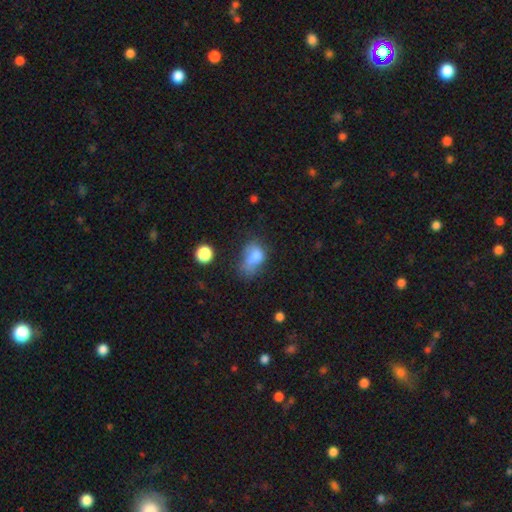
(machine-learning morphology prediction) Smooth or featured? Predicted: smooth (p=0.71). How rounded? Predicted: in between (p=0.75). Merging? Predicted: major disturbance (p=0.35).